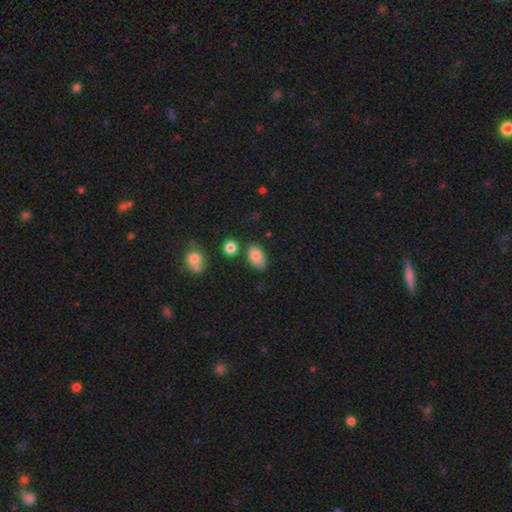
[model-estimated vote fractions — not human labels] A smooth galaxy with no disk features (83%) that is in between round and cigar-shaped (89%). Merging: none (70%).